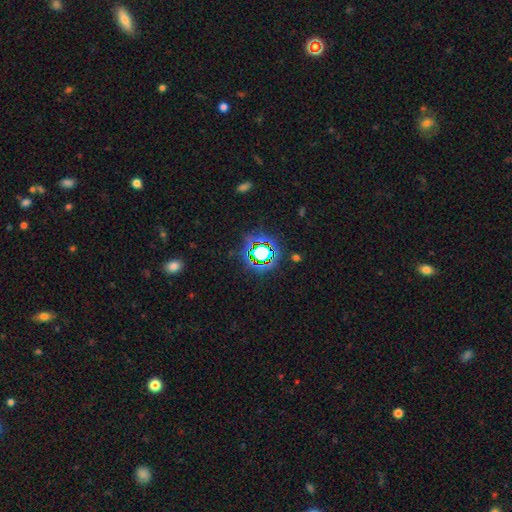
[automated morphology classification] Q: Smooth or featured?
A: star or artifact (78%); runner-up: smooth (13%)